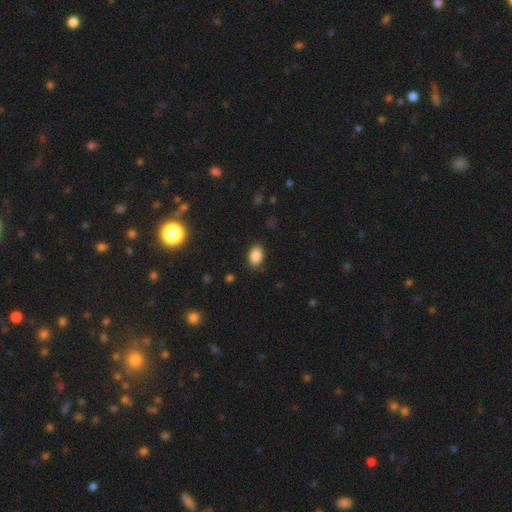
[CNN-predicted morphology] This is clearly a smooth galaxy (87%). How rounded: clearly in between (83%). Merging: clearly none (84%).